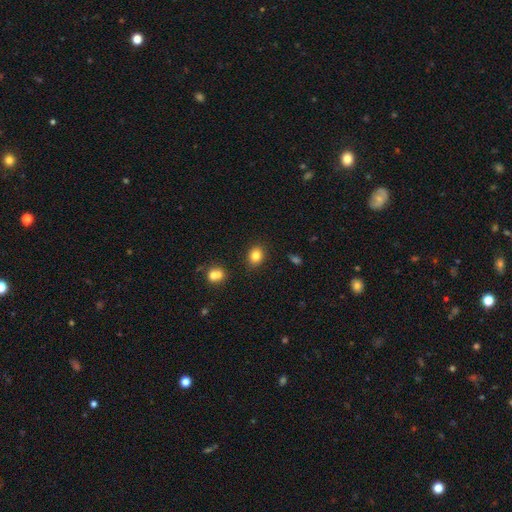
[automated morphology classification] A smooth galaxy with no disk features (82%) that is round (54%). Merging: none (85%).